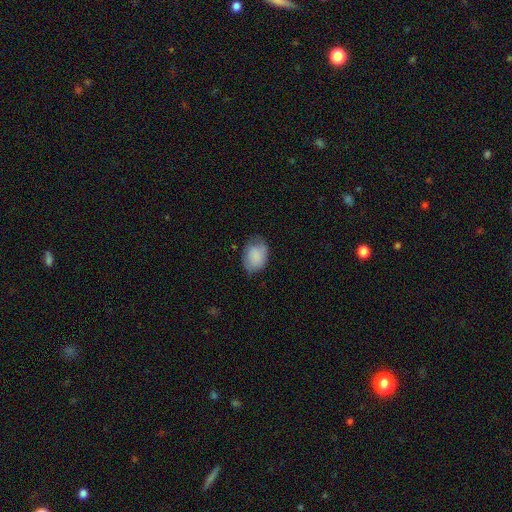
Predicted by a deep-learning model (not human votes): Q: Smooth or featured?
A: smooth (82%); runner-up: featured or disk (11%)
Q: How rounded?
A: in between (72%); runner-up: round (27%)
Q: Merging?
A: none (61%); runner-up: minor disturbance (29%)